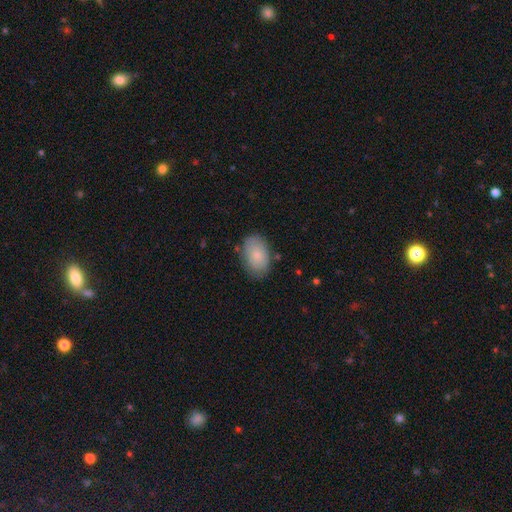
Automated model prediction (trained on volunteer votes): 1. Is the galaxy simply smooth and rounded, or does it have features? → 80% smooth, 13% featured or disk, 7% star or artifact.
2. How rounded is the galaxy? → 90% in between, 9% round, 1% cigar-shaped.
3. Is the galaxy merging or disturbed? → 79% none, 16% minor disturbance, 3% major disturbance, 2% merger.